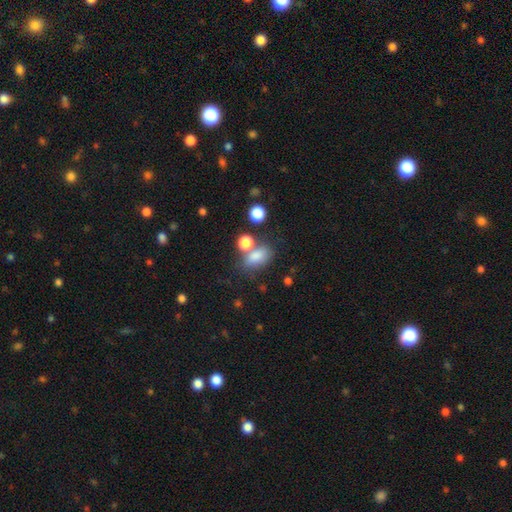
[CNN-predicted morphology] smooth_or_featured: smooth (p=0.77) [alt: star or artifact p=0.14]
how_rounded: in between (p=0.80) [alt: round p=0.16]
merging: none (p=0.53) [alt: merger p=0.23]